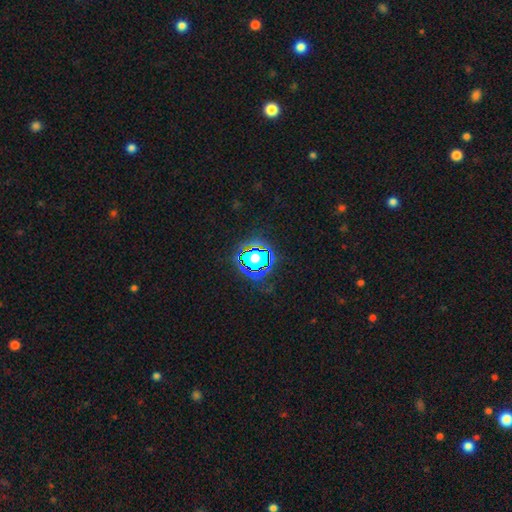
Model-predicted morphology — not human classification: Smooth or featured? Predicted: star or artifact (p=0.79).